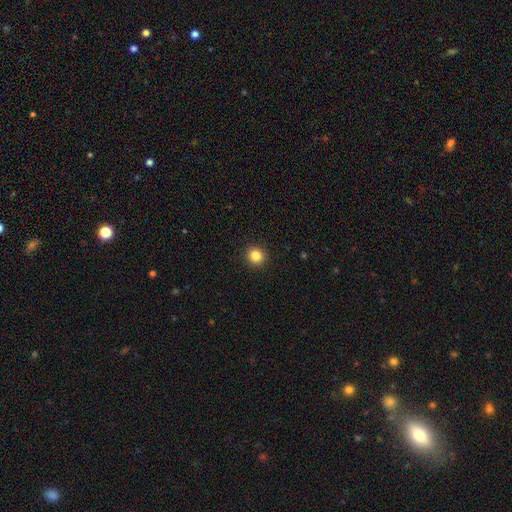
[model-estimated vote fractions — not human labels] Smooth or featured? smooth (85%)
How rounded? round (93%)
Merging? none (93%)